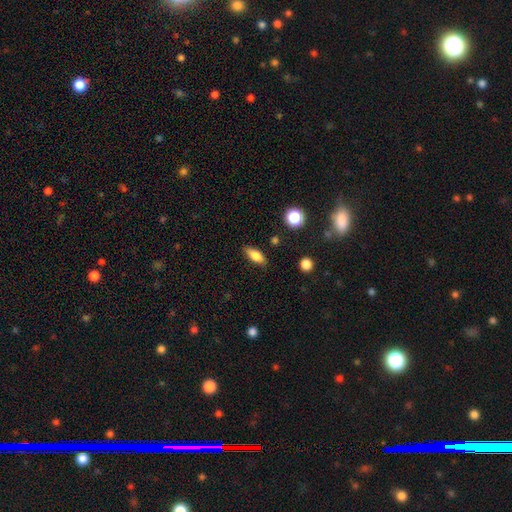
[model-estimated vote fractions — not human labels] smooth-or-featured: smooth: 77% | featured or disk: 14% | star or artifact: 8%
  how-rounded: in between: 75% | cigar-shaped: 21% | round: 5%
  merging: none: 84% | minor disturbance: 11% | major disturbance: 3% | merger: 2%